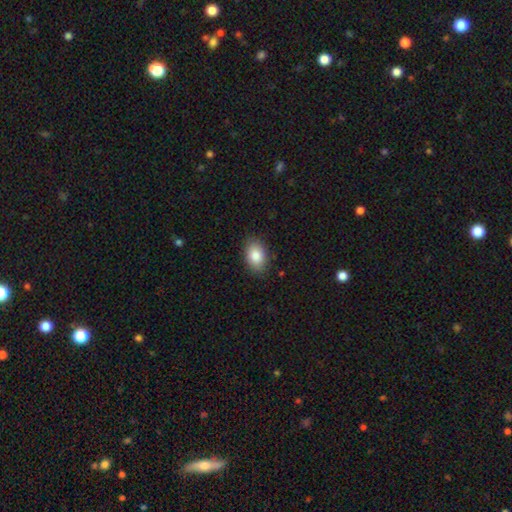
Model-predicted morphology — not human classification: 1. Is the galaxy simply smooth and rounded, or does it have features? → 85% smooth, 8% featured or disk, 7% star or artifact.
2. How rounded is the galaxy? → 86% in between, 13% round, 1% cigar-shaped.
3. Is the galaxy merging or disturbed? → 86% none, 11% minor disturbance, 2% major disturbance, 1% merger.